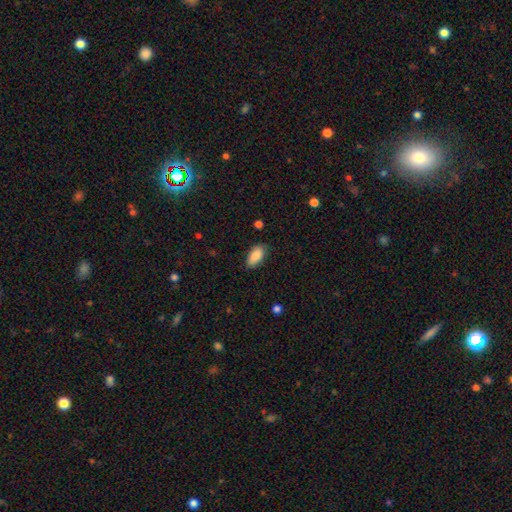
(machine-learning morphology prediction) type=smooth (86%); roundness=in between (92%); merging=none (81%).